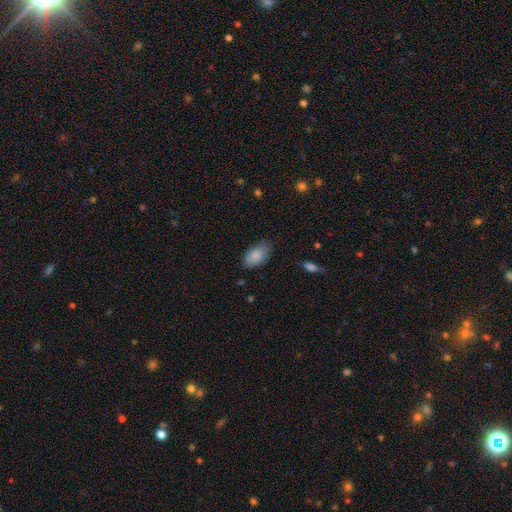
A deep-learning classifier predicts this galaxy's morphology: Smooth or featured: smooth — 83% (featured or disk — 10%)
How rounded: in between — 94% (round — 4%)
Merging: none — 75% (minor disturbance — 20%)